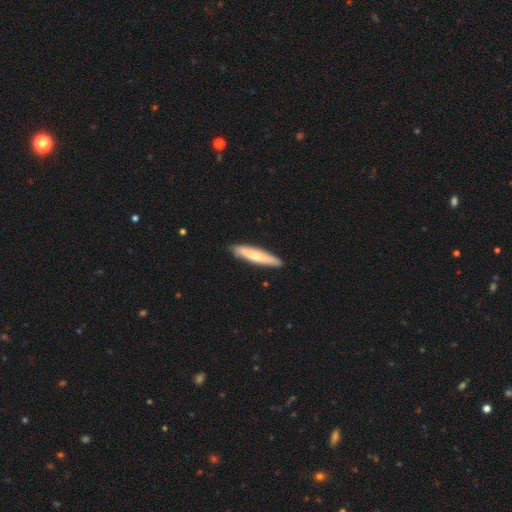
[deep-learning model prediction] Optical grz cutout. It shows a smooth galaxy with no disk features (66%) that is cigar-shaped (89%). Merging: none (88%).